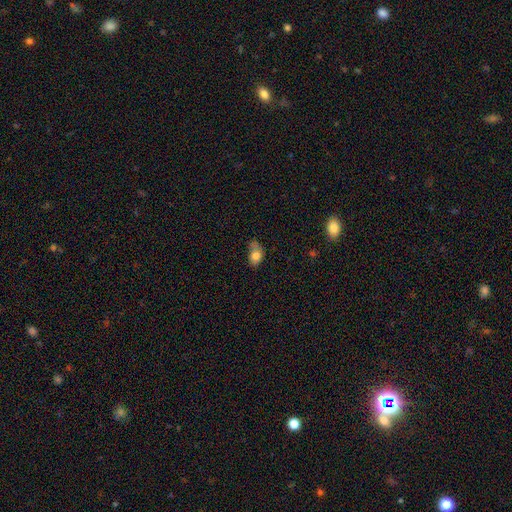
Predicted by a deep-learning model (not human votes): Morphology: type=smooth (78%); roundness=in between (73%); merging=minor disturbance (37%).